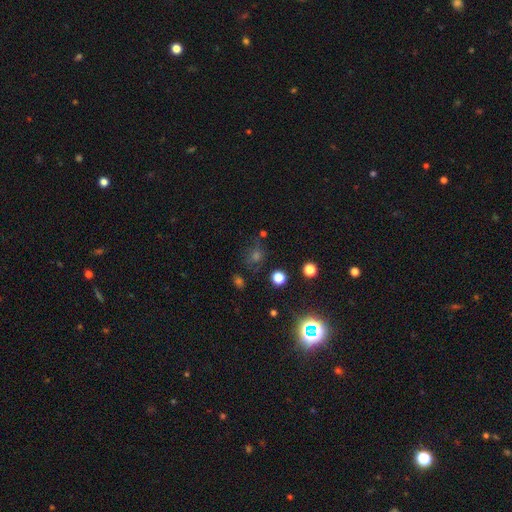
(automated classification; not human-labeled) smooth_or_featured: star or artifact (p=0.51) [alt: smooth p=0.37]